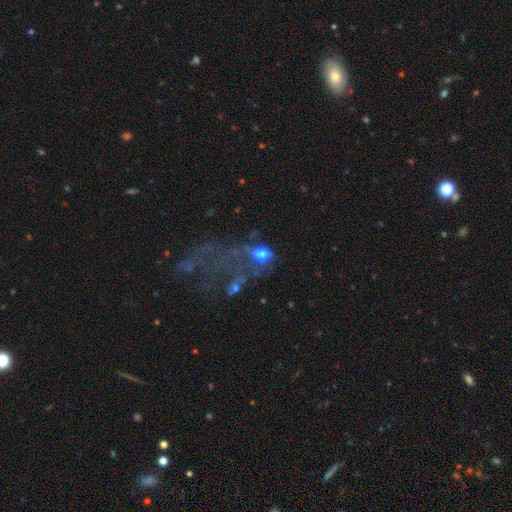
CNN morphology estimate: Smooth or featured?
  - star or artifact: 44% *
  - featured or disk: 30%
  - smooth: 27%